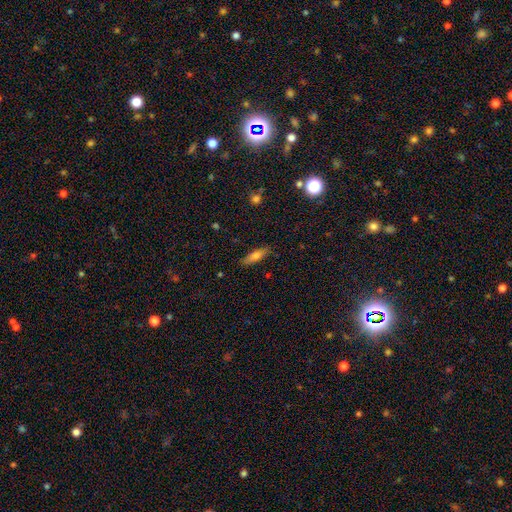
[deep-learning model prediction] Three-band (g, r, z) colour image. It shows a smooth galaxy with no disk features (70%) that is cigar-shaped (53%). Merging: none (86%).